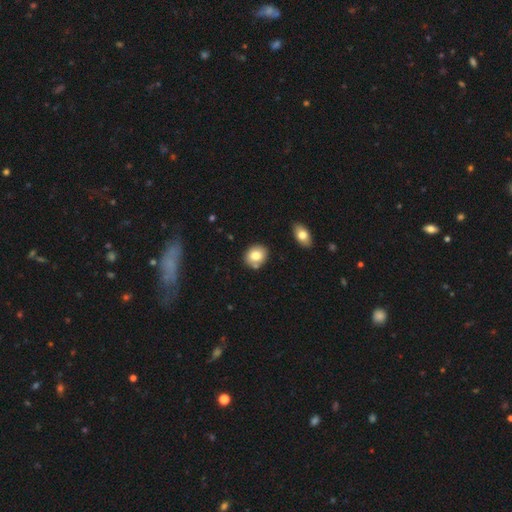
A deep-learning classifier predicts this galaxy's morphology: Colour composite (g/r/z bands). It shows a smooth galaxy with no disk features (78%) that is round (67%). Merging: none (78%).